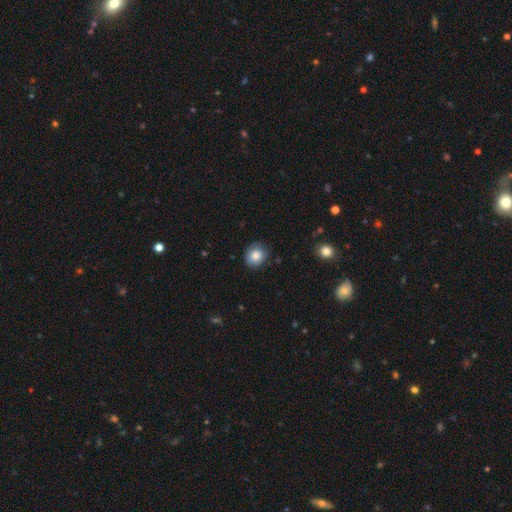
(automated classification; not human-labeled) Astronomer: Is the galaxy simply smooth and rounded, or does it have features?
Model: smooth — 84%.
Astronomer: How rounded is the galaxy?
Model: round — 74%.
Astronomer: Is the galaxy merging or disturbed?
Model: none — 83%.